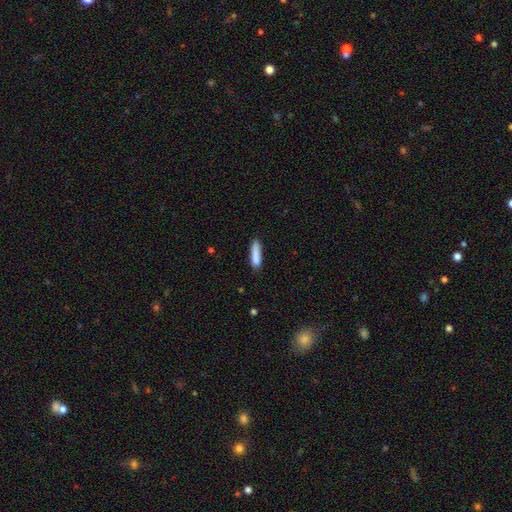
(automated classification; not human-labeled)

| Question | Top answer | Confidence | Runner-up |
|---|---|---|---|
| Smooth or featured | smooth | 86% | featured or disk (8%) |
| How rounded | cigar-shaped | 81% | in between (18%) |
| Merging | none | 78% | minor disturbance (16%) |